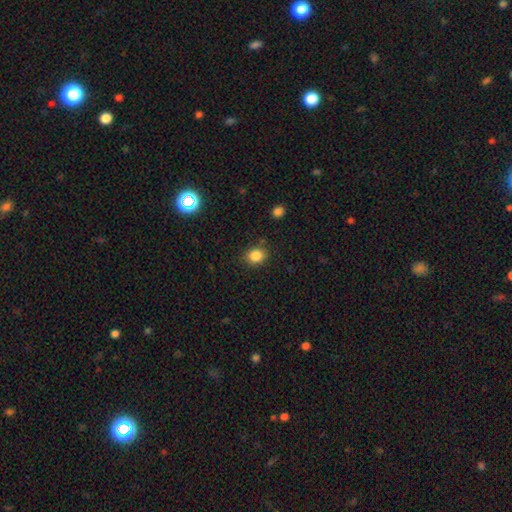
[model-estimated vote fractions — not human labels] Smooth or featured? smooth (84%)
How rounded? round (58%)
Merging? none (81%)